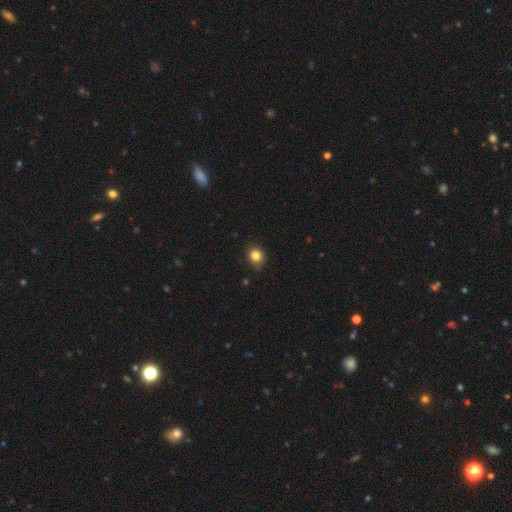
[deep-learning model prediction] This appears to be a smooth galaxy with no disk features (84%) that is round (78%). Merging: none (85%).